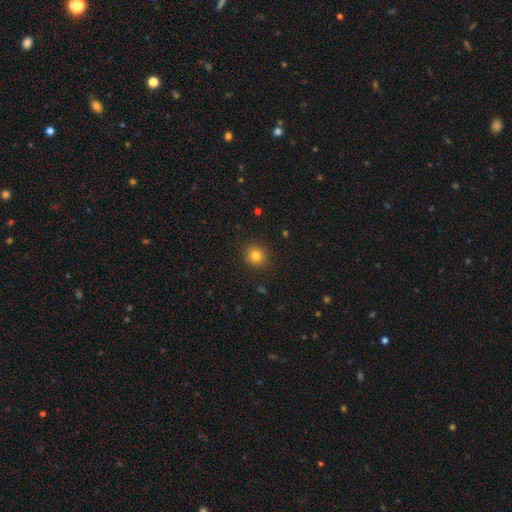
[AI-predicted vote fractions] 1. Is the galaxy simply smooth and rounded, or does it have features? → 81% smooth, 13% star or artifact, 6% featured or disk.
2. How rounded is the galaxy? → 85% round, 14% in between, 1% cigar-shaped.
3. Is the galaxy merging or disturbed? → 90% none, 7% minor disturbance, 2% major disturbance, 1% merger.